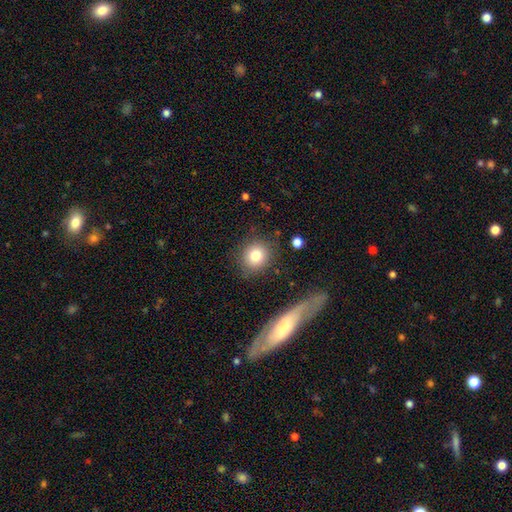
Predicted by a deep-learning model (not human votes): Smooth or featured?
  - smooth: 80% *
  - star or artifact: 10%
  - featured or disk: 9%
How rounded?
  - round: 85% *
  - in between: 14%
  - cigar-shaped: 1%
Merging?
  - none: 85% *
  - minor disturbance: 10%
  - major disturbance: 3%
  - merger: 3%